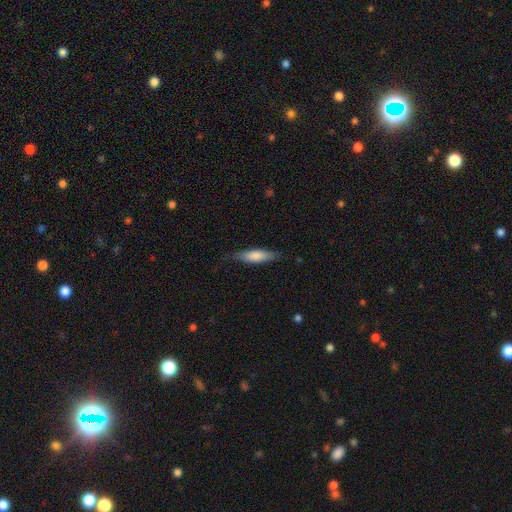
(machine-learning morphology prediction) Q: Smooth or featured?
A: smooth (75%); runner-up: featured or disk (20%)
Q: How rounded?
A: cigar-shaped (65%); runner-up: in between (34%)
Q: Merging?
A: none (78%); runner-up: minor disturbance (17%)